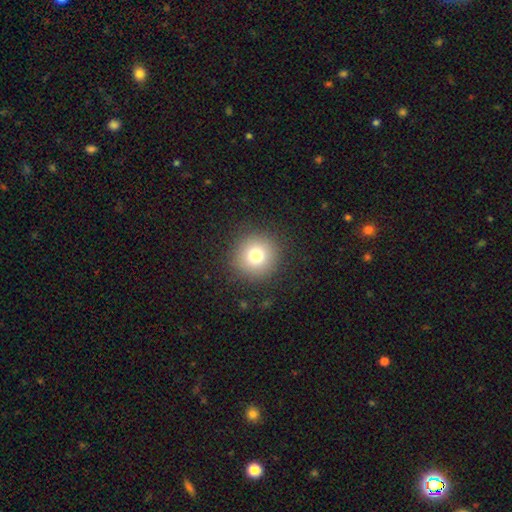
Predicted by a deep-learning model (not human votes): Smooth or featured: smooth — 77% (star or artifact — 13%)
How rounded: round — 95% (in between — 4%)
Merging: none — 90% (minor disturbance — 6%)